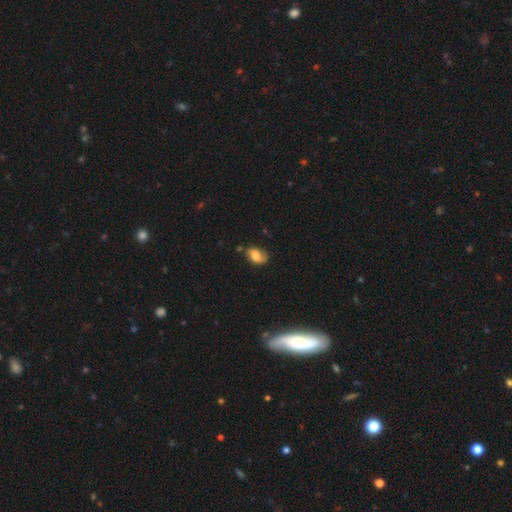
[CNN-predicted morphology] Overall: smooth (52%; featured or disk 38%). How rounded: in between (79%). Merging: none (56%; minor disturbance 29%).